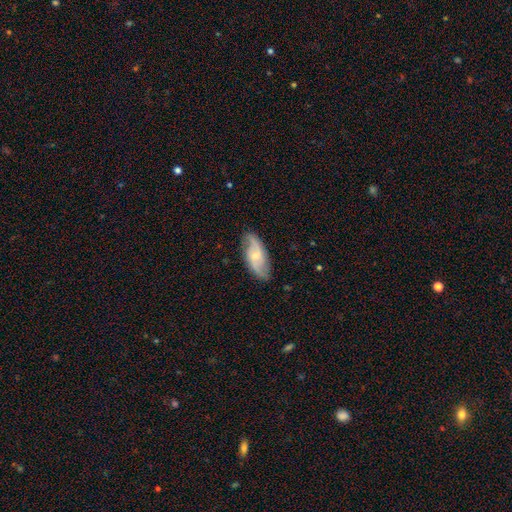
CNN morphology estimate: smooth_or_featured: featured or disk (p=0.66) [alt: smooth p=0.28]
disk_edge_on: no (p=0.93) [alt: yes p=0.07]
bar: weak (p=0.50) [alt: no p=0.39]
has_spiral_arms: yes (p=0.92) [alt: no p=0.08]
spiral_winding: loose (p=0.43) [alt: medium p=0.41]
spiral_arm_count: 2 (p=0.83) [alt: can't tell p=0.09]
bulge_size: small (p=0.53) [alt: moderate p=0.35]
merging: none (p=0.80) [alt: minor disturbance p=0.15]